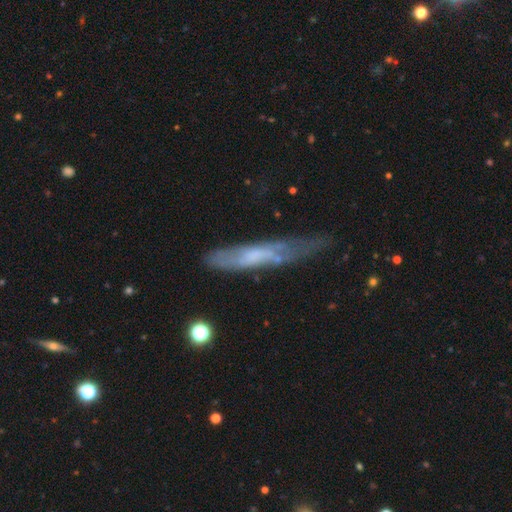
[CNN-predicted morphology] Smooth or featured: featured or disk — 53% (smooth — 39%)
Edge-on disk: yes — 62% (no — 38%)
Merging: none — 47% (minor disturbance — 33%)